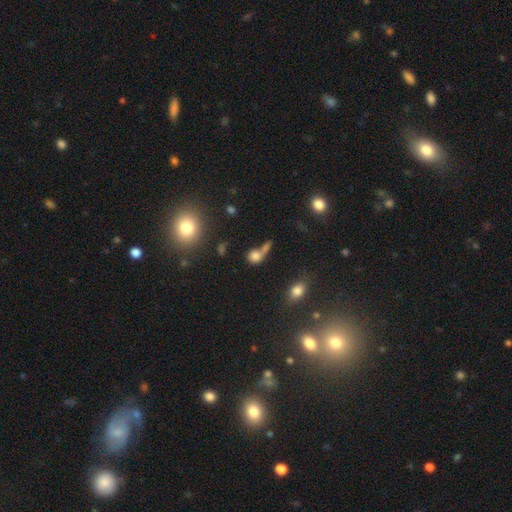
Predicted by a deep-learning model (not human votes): This appears to be a smooth galaxy with no disk features (74%) that is round (65%). Merging: merger (44%).